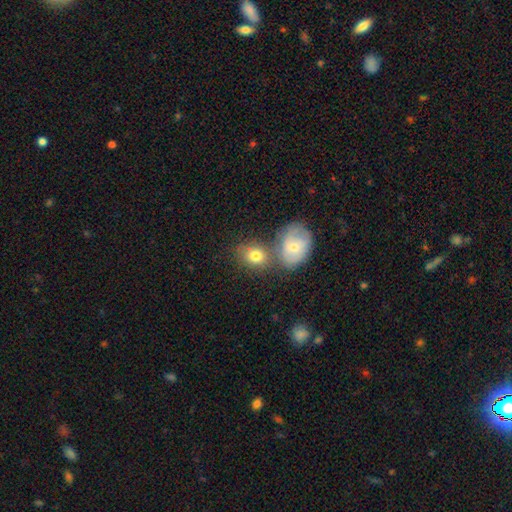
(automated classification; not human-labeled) Smooth or featured? smooth (72%)
How rounded? in between (50%)
Merging? none (44%)